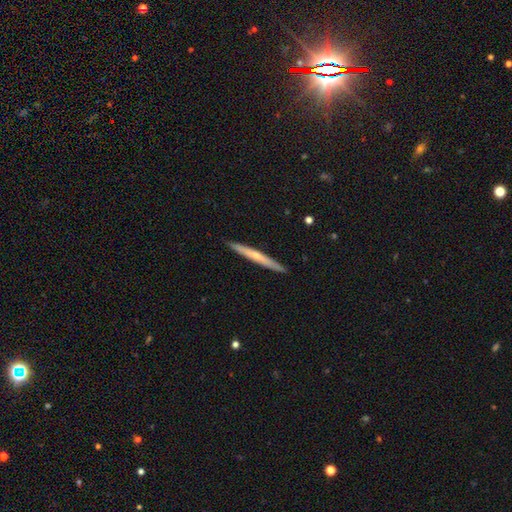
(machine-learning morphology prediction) Q: Smooth or featured?
A: featured or disk (52%); runner-up: smooth (43%)
Q: Edge-on disk?
A: yes (96%); runner-up: no (4%)
Q: Merging?
A: none (92%); runner-up: minor disturbance (6%)